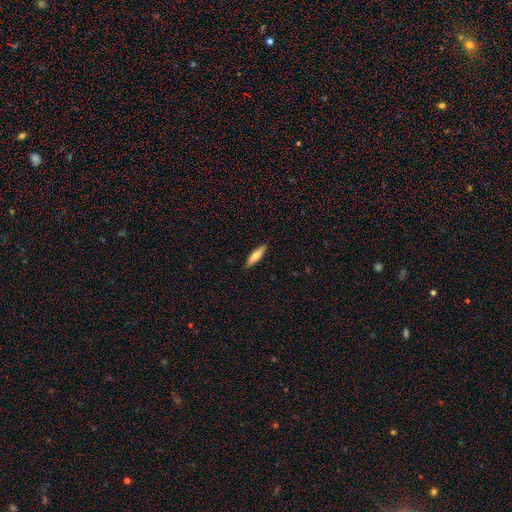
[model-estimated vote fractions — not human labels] Smooth or featured?
  - smooth: 69% *
  - featured or disk: 26%
  - star or artifact: 6%
How rounded?
  - cigar-shaped: 73% *
  - in between: 25%
  - round: 2%
Merging?
  - none: 89% *
  - minor disturbance: 9%
  - major disturbance: 2%
  - merger: 1%